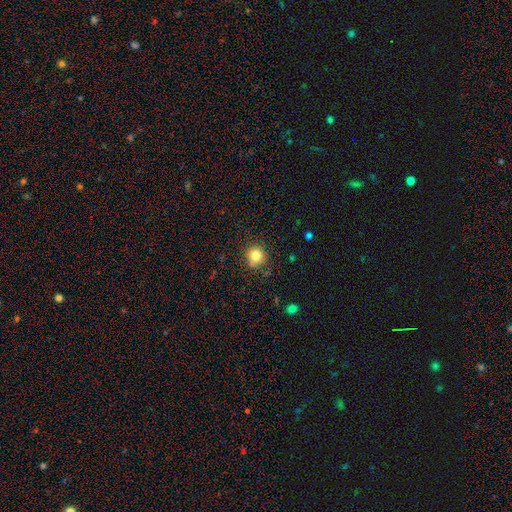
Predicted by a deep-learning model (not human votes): Smooth or featured?
  - smooth: 81% *
  - star or artifact: 12%
  - featured or disk: 7%
How rounded?
  - round: 91% *
  - in between: 9%
  - cigar-shaped: 1%
Merging?
  - none: 83% *
  - minor disturbance: 12%
  - major disturbance: 3%
  - merger: 2%